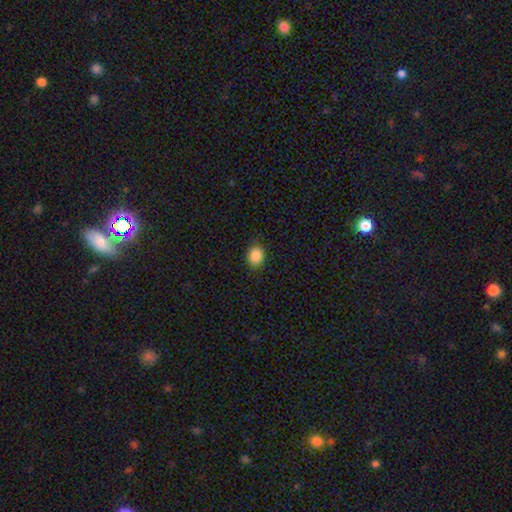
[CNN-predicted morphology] Smooth or featured? Predicted: smooth (p=0.87). How rounded? Predicted: round (p=0.63). Merging? Predicted: none (p=0.88).